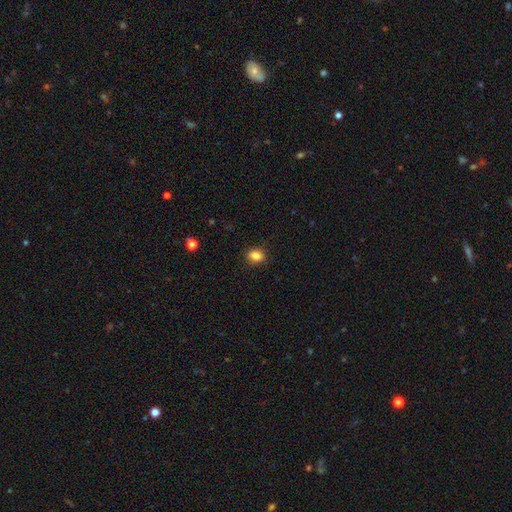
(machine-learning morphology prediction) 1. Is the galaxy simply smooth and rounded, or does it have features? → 86% smooth, 10% star or artifact, 4% featured or disk.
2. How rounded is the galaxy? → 62% in between, 37% round, 1% cigar-shaped.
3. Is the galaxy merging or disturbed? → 86% none, 10% minor disturbance, 2% major disturbance, 1% merger.